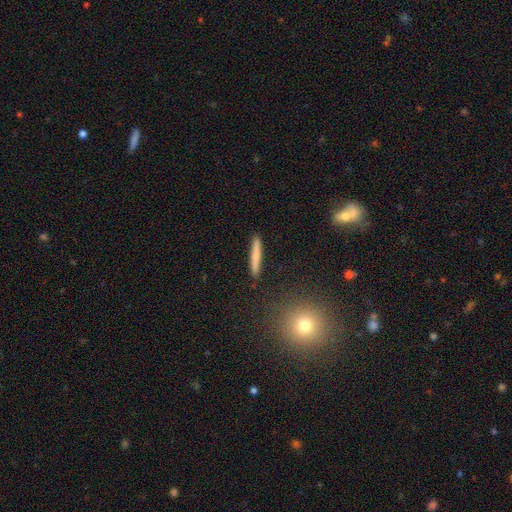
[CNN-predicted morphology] type=smooth (70%); roundness=cigar-shaped (95%); merging=none (90%).